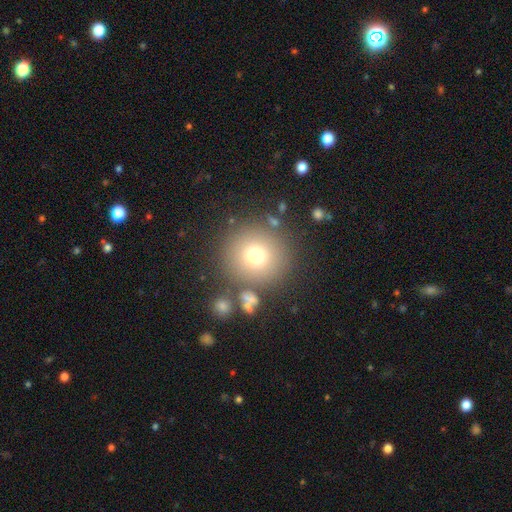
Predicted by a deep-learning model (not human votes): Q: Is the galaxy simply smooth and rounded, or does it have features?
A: smooth — 73%.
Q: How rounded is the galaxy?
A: round — 94%.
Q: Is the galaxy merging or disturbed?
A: none — 82%.